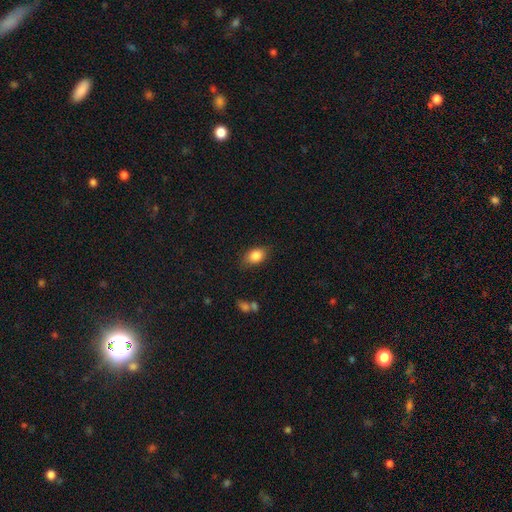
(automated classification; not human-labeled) Smooth or featured?
  - smooth: 84% *
  - featured or disk: 8%
  - star or artifact: 8%
How rounded?
  - in between: 81% *
  - round: 17%
  - cigar-shaped: 3%
Merging?
  - none: 78% *
  - minor disturbance: 17%
  - major disturbance: 4%
  - merger: 2%